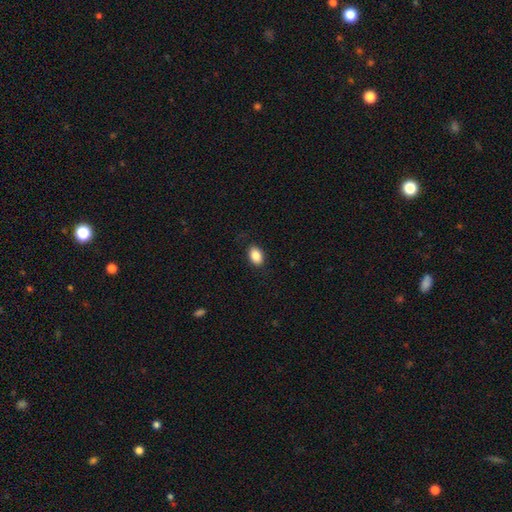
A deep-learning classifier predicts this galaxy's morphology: A smooth galaxy with no disk features (87%) that is in between round and cigar-shaped (85%). Merging: none (86%).